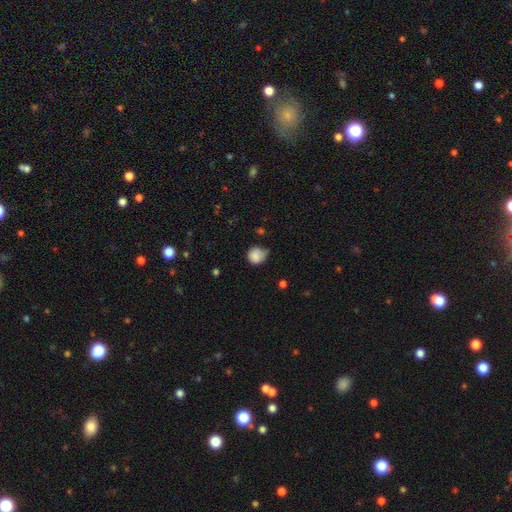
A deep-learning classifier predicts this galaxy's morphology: Smooth or featured: smooth — 83% (star or artifact — 9%)
How rounded: round — 81% (in between — 18%)
Merging: none — 46% (minor disturbance — 40%)